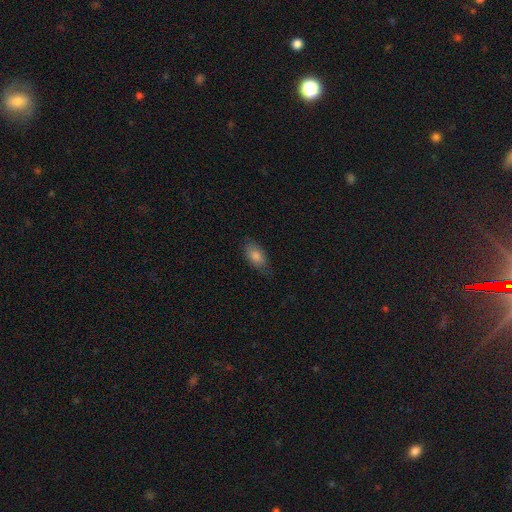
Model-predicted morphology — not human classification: Q: Smooth or featured?
A: smooth (80%); runner-up: featured or disk (12%)
Q: How rounded?
A: in between (90%); runner-up: round (5%)
Q: Merging?
A: none (77%); runner-up: minor disturbance (18%)